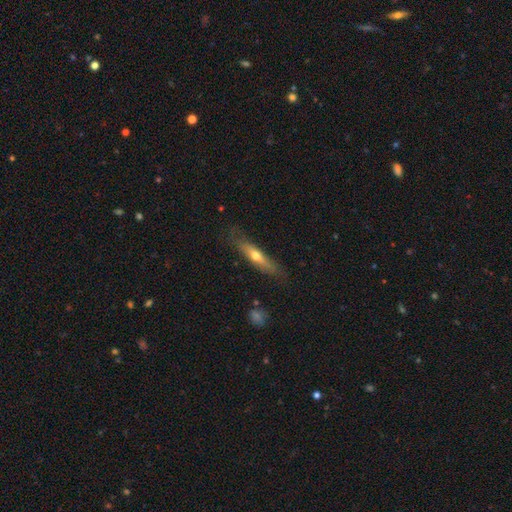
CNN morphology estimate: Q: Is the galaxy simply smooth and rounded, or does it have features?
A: featured or disk — 48%.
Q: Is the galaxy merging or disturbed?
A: none — 77%.